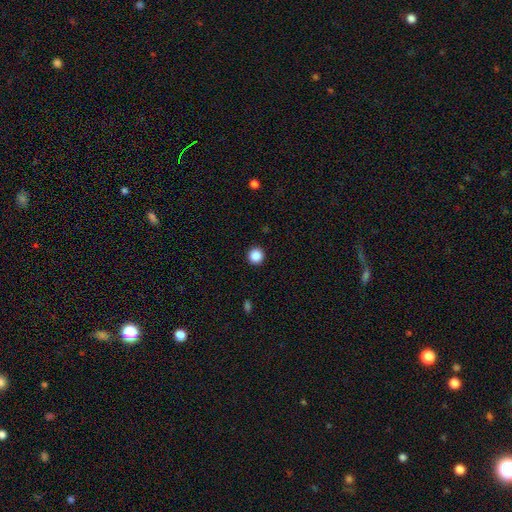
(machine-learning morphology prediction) Smooth or featured: smooth — 88% (star or artifact — 10%)
How rounded: round — 95% (in between — 4%)
Merging: none — 93% (minor disturbance — 4%)